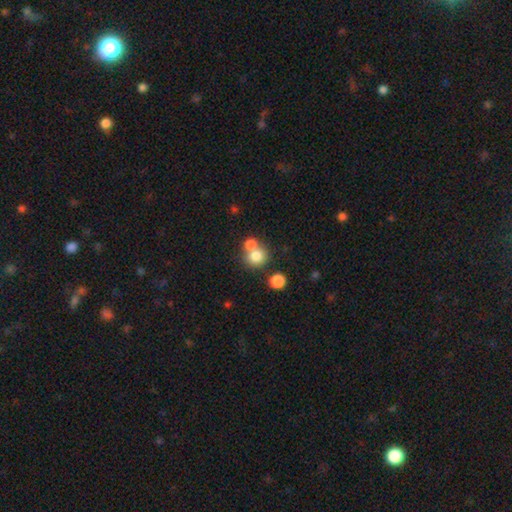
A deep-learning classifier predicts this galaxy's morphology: Smooth or featured?
  - smooth: 77% *
  - featured or disk: 11%
  - star or artifact: 11%
How rounded?
  - round: 84% *
  - in between: 15%
  - cigar-shaped: 1%
Merging?
  - none: 47% *
  - merger: 43%
  - minor disturbance: 7%
  - major disturbance: 3%